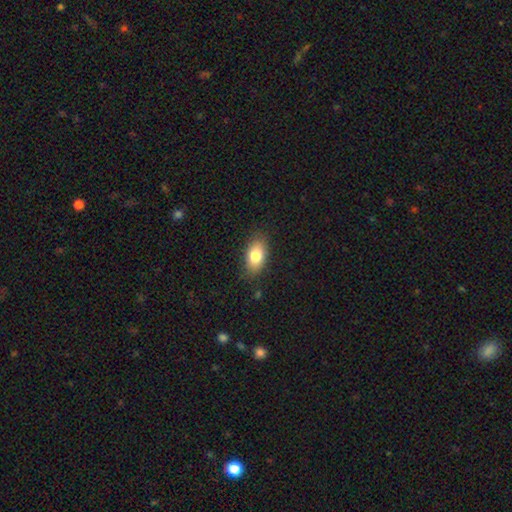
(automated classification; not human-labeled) Overall: smooth (81%). How rounded: in between (90%). Merging: none (85%).